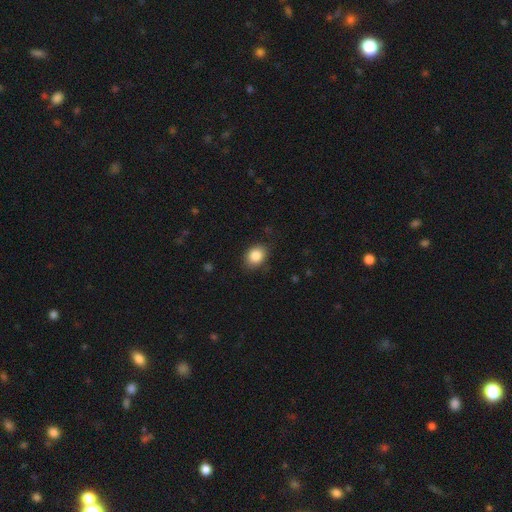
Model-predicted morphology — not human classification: smooth-or-featured: smooth: 86% | star or artifact: 9% | featured or disk: 5%
  how-rounded: in between: 52% | round: 47% | cigar-shaped: 1%
  merging: none: 82% | minor disturbance: 14% | major disturbance: 3% | merger: 1%